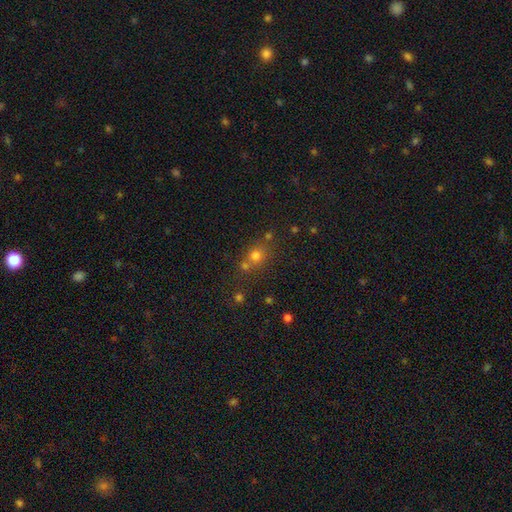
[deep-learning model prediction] A smooth galaxy with no disk features (69%) that is round (79%).

Vote fractions:
- Smooth or featured? smooth: 69% / star or artifact: 21% / featured or disk: 10%
- How rounded? round: 79% / in between: 20% / cigar-shaped: 1%
- Merging? none: 57% / merger: 28% / minor disturbance: 11% / major disturbance: 5%